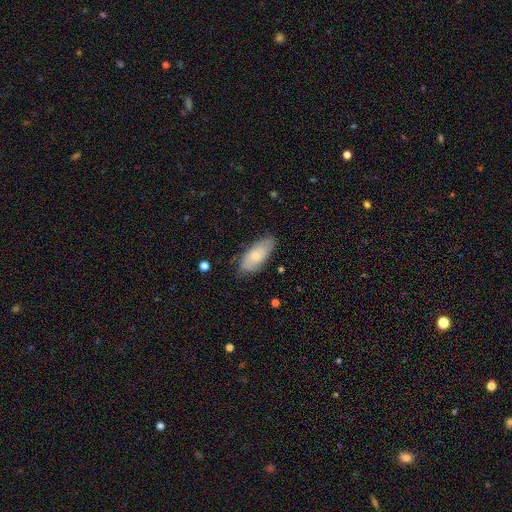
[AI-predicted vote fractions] smooth-or-featured: smooth: 67% | featured or disk: 27% | star or artifact: 6%
  how-rounded: in between: 83% | cigar-shaped: 14% | round: 2%
  merging: none: 73% | minor disturbance: 21% | major disturbance: 4% | merger: 1%